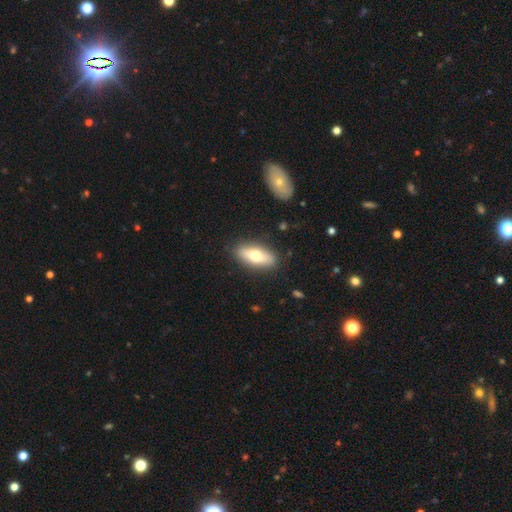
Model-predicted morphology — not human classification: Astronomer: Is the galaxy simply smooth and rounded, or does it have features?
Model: smooth — 65%.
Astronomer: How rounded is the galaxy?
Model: in between — 76%.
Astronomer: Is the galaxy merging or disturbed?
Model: none — 87%.